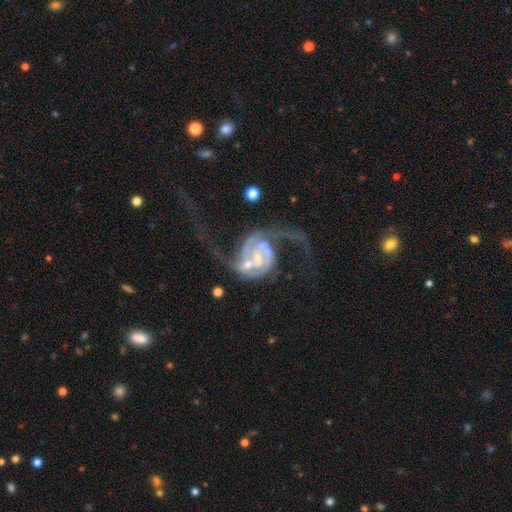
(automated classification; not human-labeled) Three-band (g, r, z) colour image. It shows a featured or disk galaxy (88%) with no bar (50%), 2 (83%) loose (53%) spiral arms (95%) and a small central bulge (57%). Merging: none (32%).